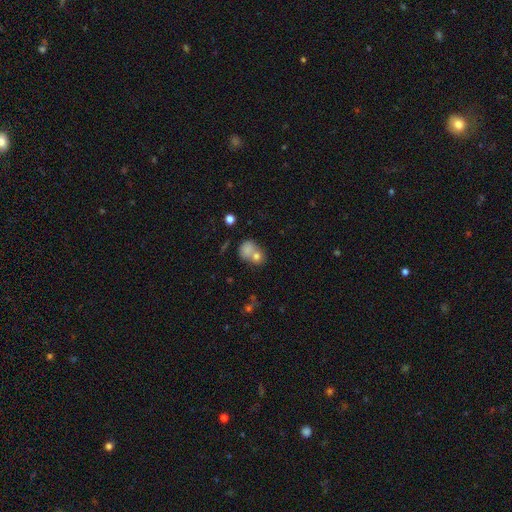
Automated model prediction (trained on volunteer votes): This is likely a smooth galaxy (62%). How rounded: likely round (65%). Merging: marginally none (44%).